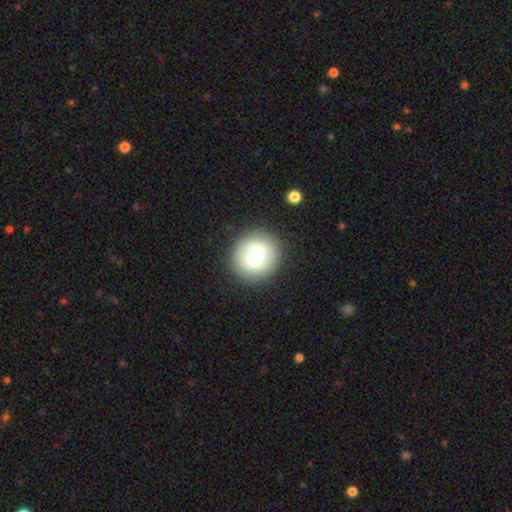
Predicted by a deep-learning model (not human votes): Smooth or featured? smooth (65%)
How rounded? round (87%)
Merging? none (87%)